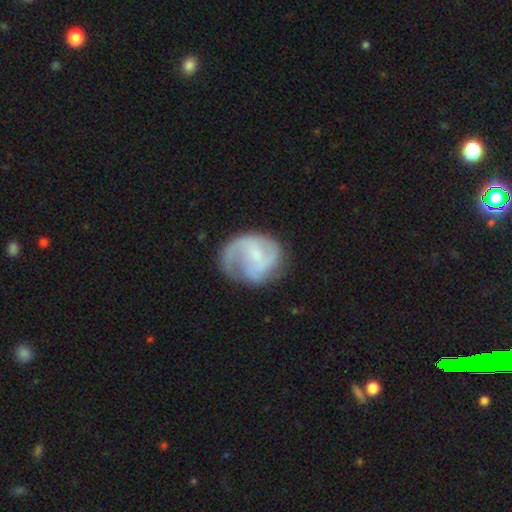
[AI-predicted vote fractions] This appears to be a featured or disk galaxy (67%) with a weak bar (48%), 2 (48%) medium (43%) spiral arms (86%) and a small central bulge (50%). Merging: none (53%).